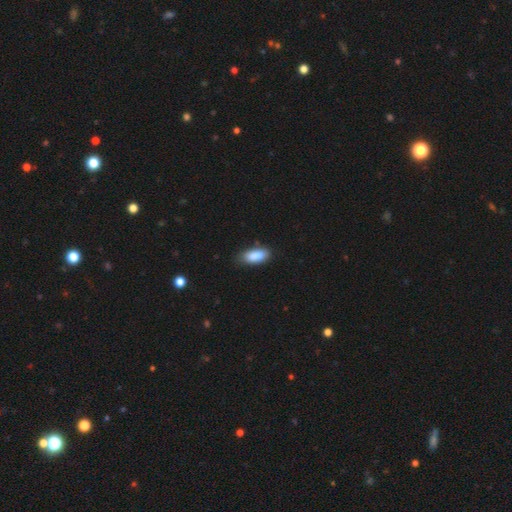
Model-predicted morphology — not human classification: Overall: smooth (87%). How rounded: in between (85%). Merging: none (74%).